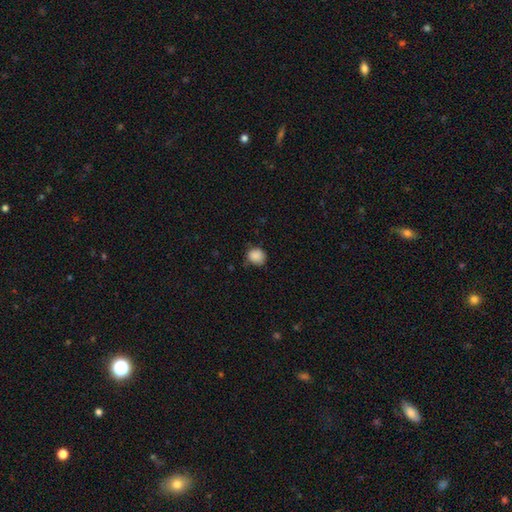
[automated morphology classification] This is clearly a smooth galaxy (87%). How rounded: likely round (75%). Merging: likely none (65%).